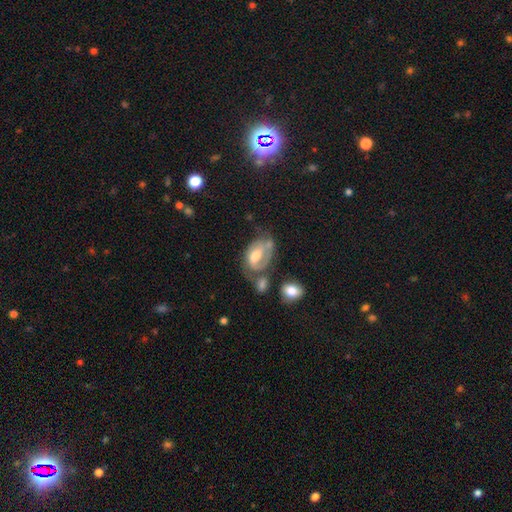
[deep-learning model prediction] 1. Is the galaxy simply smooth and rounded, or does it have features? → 68% featured or disk, 24% smooth, 7% star or artifact.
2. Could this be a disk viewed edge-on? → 96% no, 4% yes.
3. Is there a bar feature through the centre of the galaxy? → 44% weak, 38% no, 18% strong.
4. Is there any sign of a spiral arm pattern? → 80% yes, 20% no.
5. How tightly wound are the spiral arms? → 42% tight, 40% medium, 18% loose.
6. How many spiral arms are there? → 45% 2, 33% 1, 18% can't tell, 3% 3, 1% 4, 1% more than 4.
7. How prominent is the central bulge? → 57% moderate, 20% large, 17% small, 5% none, 2% dominant.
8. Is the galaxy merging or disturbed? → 33% none, 24% major disturbance, 22% minor disturbance, 20% merger.